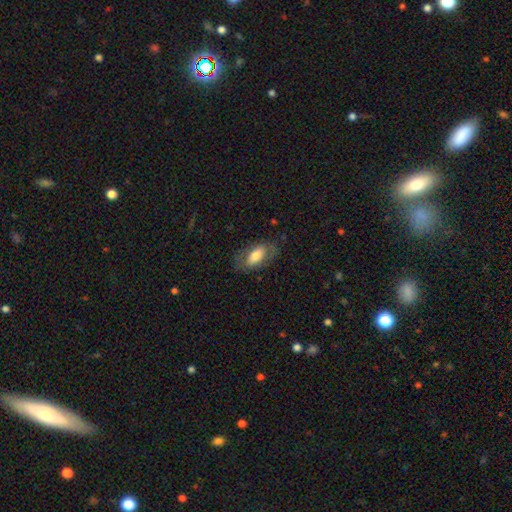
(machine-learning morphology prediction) A smooth galaxy with no disk features (64%) that is in between round and cigar-shaped (88%).

Vote fractions:
- Smooth or featured? smooth: 64% / featured or disk: 29% / star or artifact: 6%
- How rounded? in between: 88% / cigar-shaped: 8% / round: 4%
- Merging? none: 73% / minor disturbance: 17% / major disturbance: 8% / merger: 1%